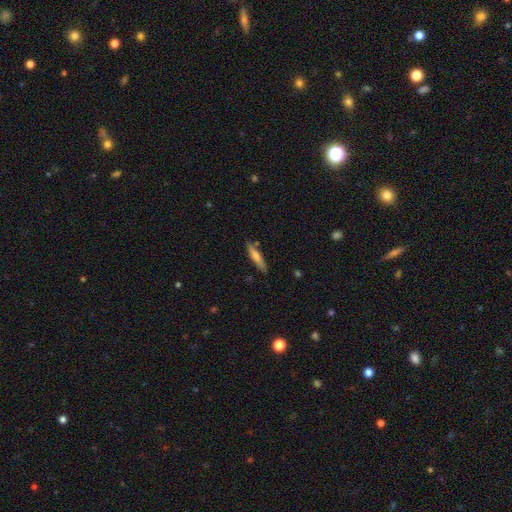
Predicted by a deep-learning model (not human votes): The model was most divided on "smooth or featured": smooth: 55%, featured or disk: 38%, star or artifact: 7%. More confident: how rounded — cigar-shaped (89%); merging — none (87%).